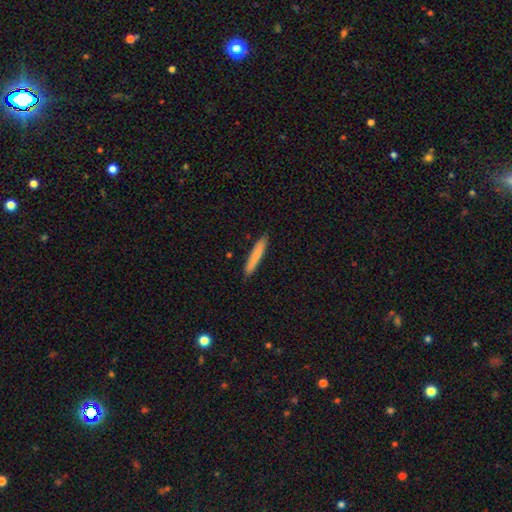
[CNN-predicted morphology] Smooth or featured?
  - smooth: 79% *
  - featured or disk: 15%
  - star or artifact: 6%
How rounded?
  - cigar-shaped: 94% *
  - in between: 4%
  - round: 1%
Merging?
  - none: 89% *
  - minor disturbance: 8%
  - major disturbance: 2%
  - merger: 1%